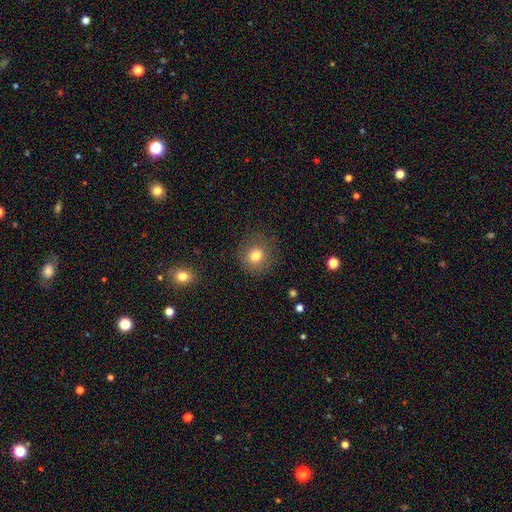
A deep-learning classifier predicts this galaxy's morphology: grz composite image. It shows a smooth galaxy with no disk features (79%) that is round (87%). Merging: none (82%).